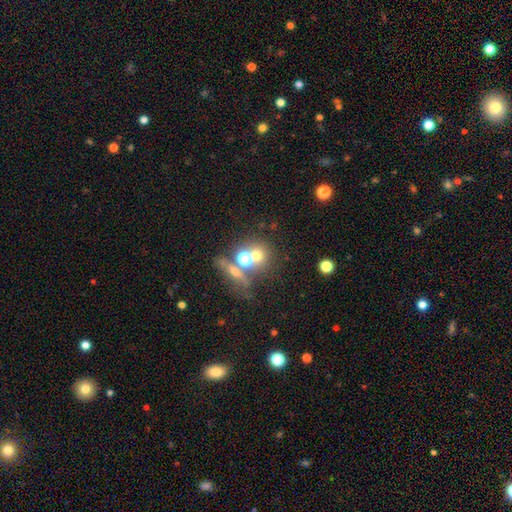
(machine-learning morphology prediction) This is possibly a smooth galaxy (59%). How rounded: clearly round (82%). Merging: possibly none (51%).